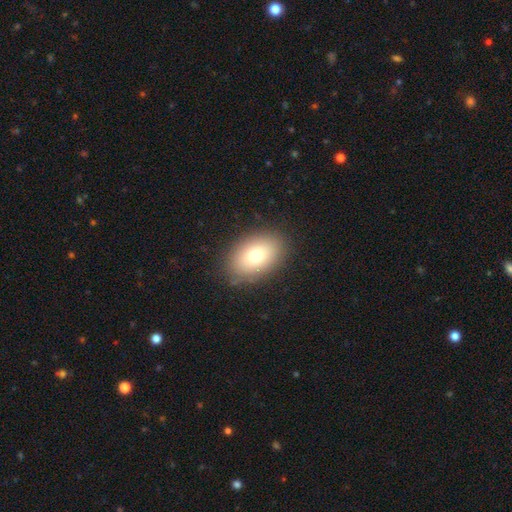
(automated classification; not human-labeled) smooth-or-featured: smooth: 75% | featured or disk: 15% | star or artifact: 10%
  how-rounded: in between: 84% | round: 14% | cigar-shaped: 1%
  merging: none: 85% | minor disturbance: 10% | major disturbance: 3% | merger: 1%